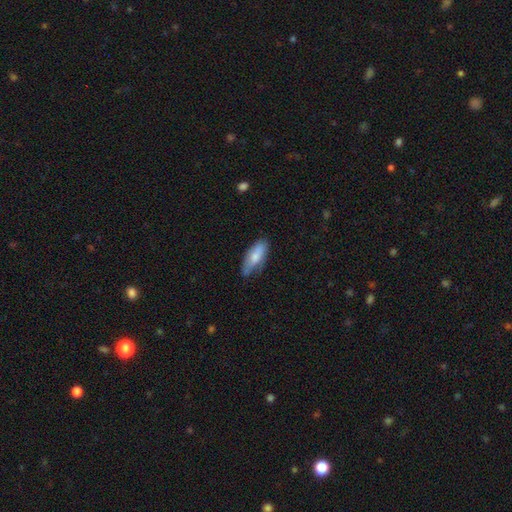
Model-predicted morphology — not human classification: smooth_or_featured: smooth (p=0.74) [alt: featured or disk p=0.20]
how_rounded: in between (p=0.69) [alt: cigar-shaped p=0.29]
merging: none (p=0.62) [alt: minor disturbance p=0.30]